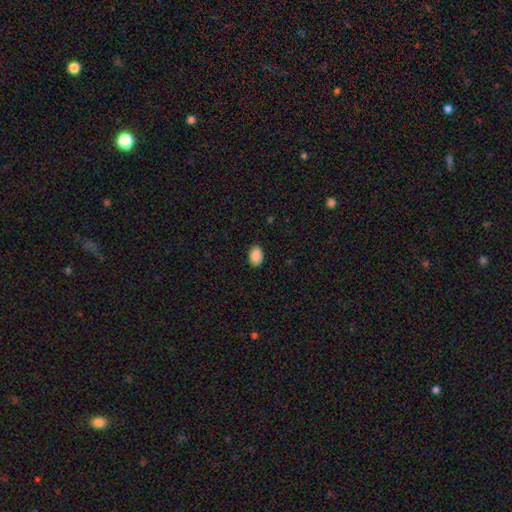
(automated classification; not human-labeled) Smooth or featured: smooth — 90% (star or artifact — 7%)
How rounded: in between — 85% (round — 14%)
Merging: none — 89% (minor disturbance — 8%)